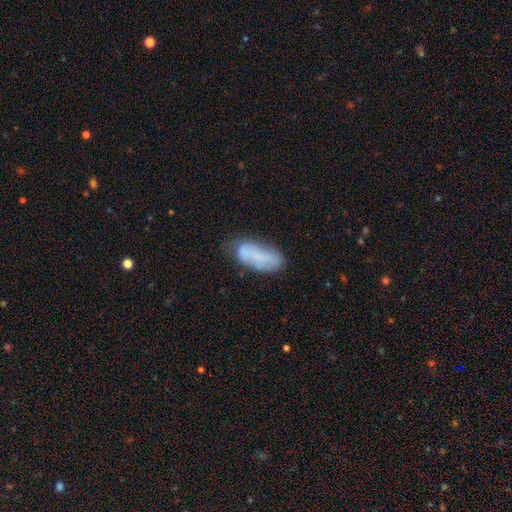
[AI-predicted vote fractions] smooth_or_featured: smooth (p=0.66) [alt: featured or disk p=0.25]
how_rounded: in between (p=0.81) [alt: cigar-shaped p=0.16]
merging: none (p=0.48) [alt: minor disturbance p=0.31]